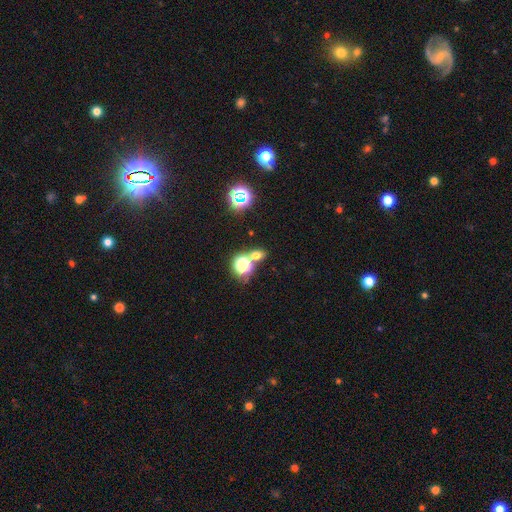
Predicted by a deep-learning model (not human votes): smooth-or-featured: smooth: 58% | star or artifact: 33% | featured or disk: 8%
  how-rounded: round: 56% | in between: 42% | cigar-shaped: 2%
  merging: none: 59% | merger: 28% | minor disturbance: 9% | major disturbance: 4%